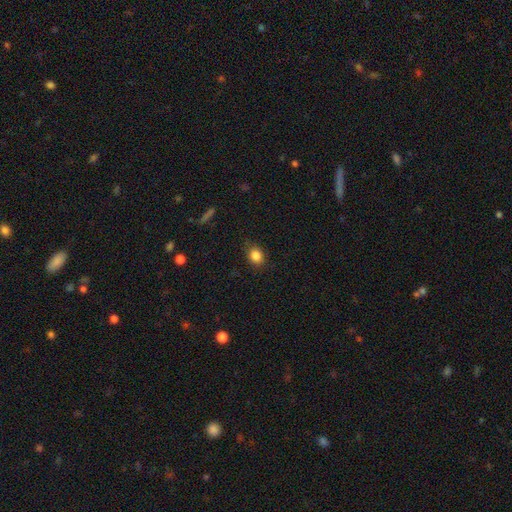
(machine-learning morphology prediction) Smooth or featured? Predicted: smooth (p=0.85). How rounded? Predicted: round (p=0.53). Merging? Predicted: none (p=0.84).